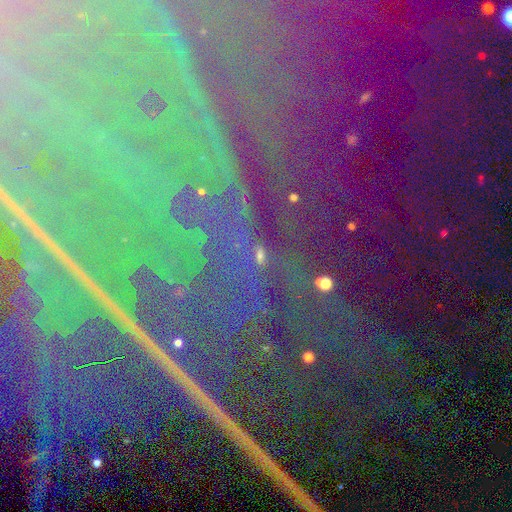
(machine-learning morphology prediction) Q: Smooth or featured?
A: star or artifact (87%); runner-up: featured or disk (7%)